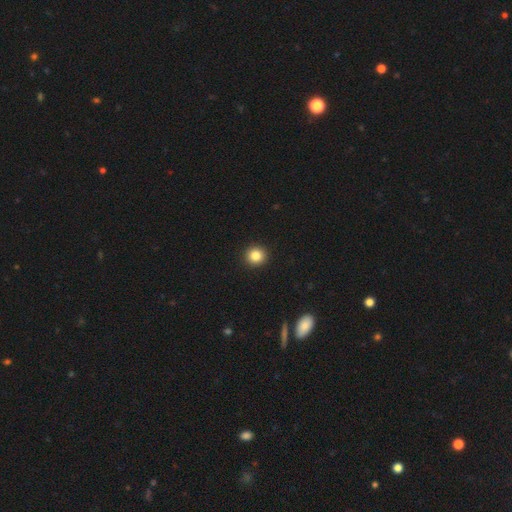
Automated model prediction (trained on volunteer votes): A smooth galaxy with no disk features (85%) that is round (93%).

Vote fractions:
- Smooth or featured? smooth: 85% / star or artifact: 10% / featured or disk: 5%
- How rounded? round: 93% / in between: 6% / cigar-shaped: 1%
- Merging? none: 93% / minor disturbance: 4% / major disturbance: 1% / merger: 1%